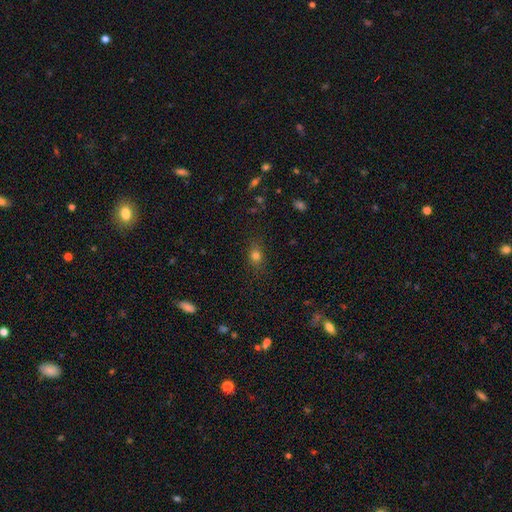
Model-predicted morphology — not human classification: type=smooth (76%); roundness=in between (58%); merging=none (82%).